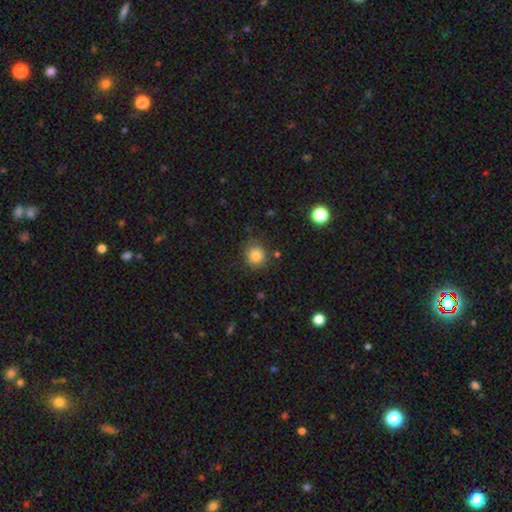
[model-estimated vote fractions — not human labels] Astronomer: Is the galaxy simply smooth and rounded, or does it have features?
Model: smooth — 84%.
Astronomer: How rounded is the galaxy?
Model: round — 83%.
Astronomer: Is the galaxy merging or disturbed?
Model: none — 78%.